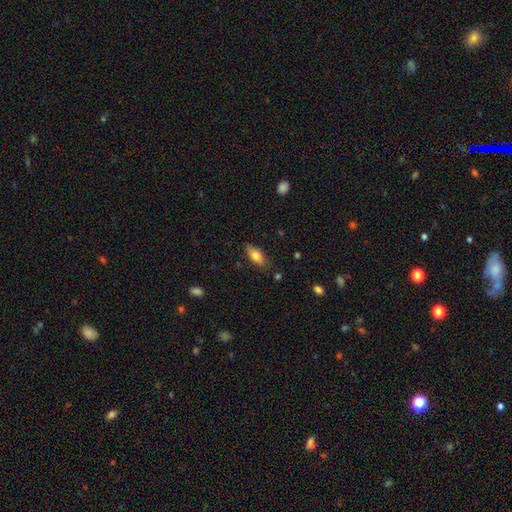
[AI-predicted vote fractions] smooth-or-featured: smooth: 76% | featured or disk: 17% | star or artifact: 7%
  how-rounded: in between: 82% | cigar-shaped: 15% | round: 3%
  merging: none: 80% | minor disturbance: 16% | major disturbance: 3% | merger: 2%